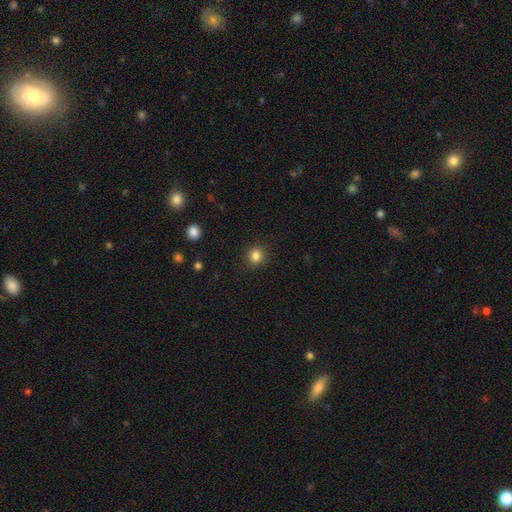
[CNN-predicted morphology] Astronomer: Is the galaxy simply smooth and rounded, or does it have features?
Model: smooth — 84%.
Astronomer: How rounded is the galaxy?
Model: round — 88%.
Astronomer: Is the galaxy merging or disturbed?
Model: none — 91%.